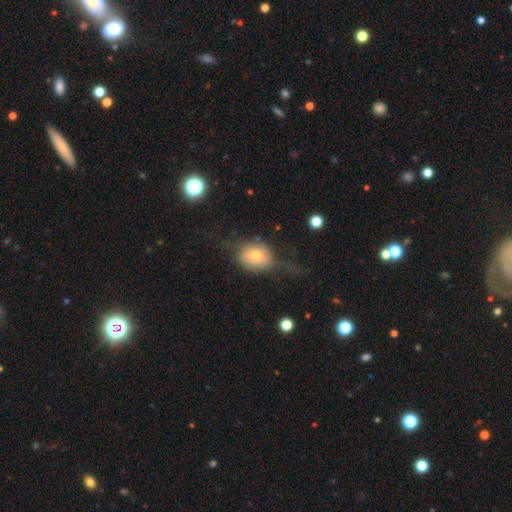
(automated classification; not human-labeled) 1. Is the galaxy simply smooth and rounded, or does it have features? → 59% smooth, 30% featured or disk, 11% star or artifact.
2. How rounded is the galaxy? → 55% round, 43% in between, 2% cigar-shaped.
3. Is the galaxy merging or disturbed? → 44% none, 28% major disturbance, 26% minor disturbance, 3% merger.